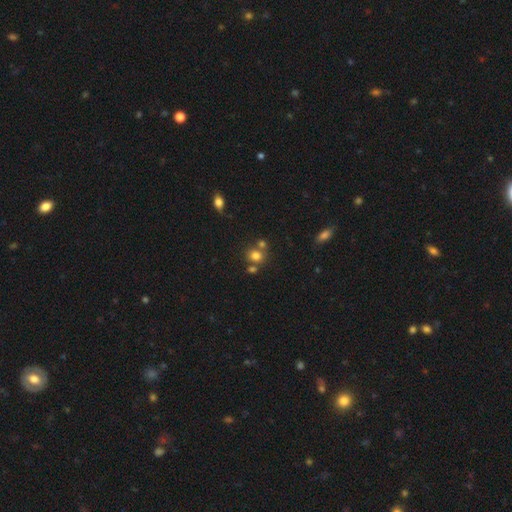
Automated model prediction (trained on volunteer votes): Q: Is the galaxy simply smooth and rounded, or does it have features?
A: smooth — 76%.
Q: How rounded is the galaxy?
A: round — 74%.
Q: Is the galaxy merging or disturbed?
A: none — 58%.